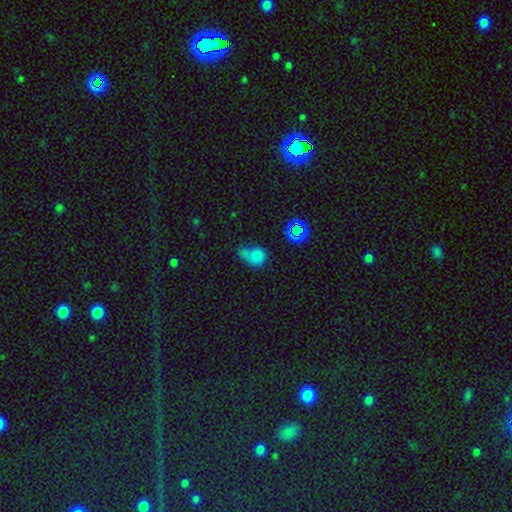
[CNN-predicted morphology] Smooth or featured? Predicted: smooth (p=0.68). How rounded? Predicted: round (p=0.57). Merging? Predicted: none (p=0.38).